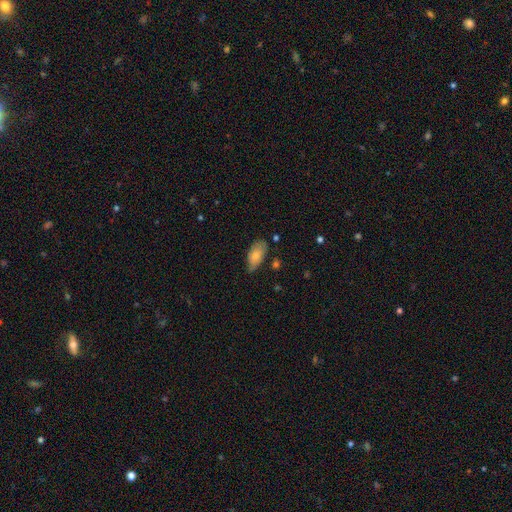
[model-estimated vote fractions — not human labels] A smooth galaxy with no disk features (71%) that is in between round and cigar-shaped (92%).

Vote fractions:
- Smooth or featured? smooth: 71% / featured or disk: 22% / star or artifact: 7%
- How rounded? in between: 92% / cigar-shaped: 4% / round: 3%
- Merging? none: 58% / minor disturbance: 33% / major disturbance: 7% / merger: 2%